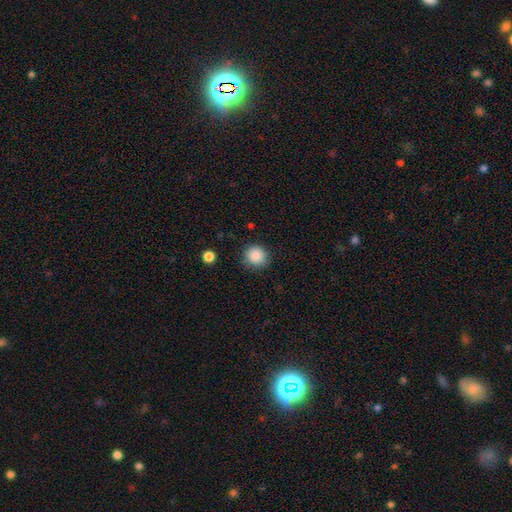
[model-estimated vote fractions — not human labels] Smooth or featured?
  - smooth: 87% *
  - star or artifact: 9%
  - featured or disk: 4%
How rounded?
  - round: 89% *
  - in between: 10%
  - cigar-shaped: 1%
Merging?
  - none: 86% *
  - minor disturbance: 10%
  - major disturbance: 3%
  - merger: 1%